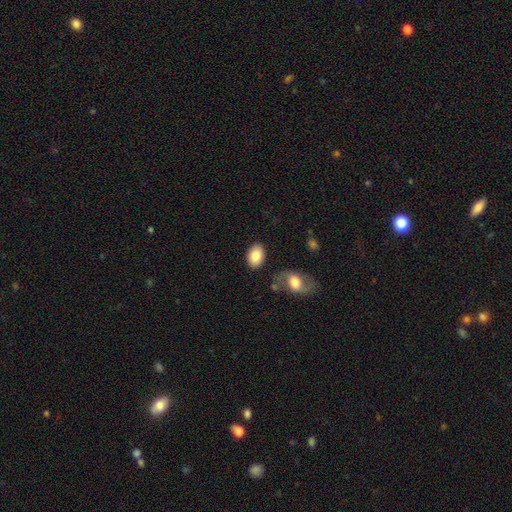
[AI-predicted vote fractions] Smooth or featured?
  - smooth: 84% *
  - featured or disk: 9%
  - star or artifact: 6%
How rounded?
  - in between: 84% *
  - round: 15%
  - cigar-shaped: 1%
Merging?
  - none: 81% *
  - minor disturbance: 11%
  - merger: 5%
  - major disturbance: 3%